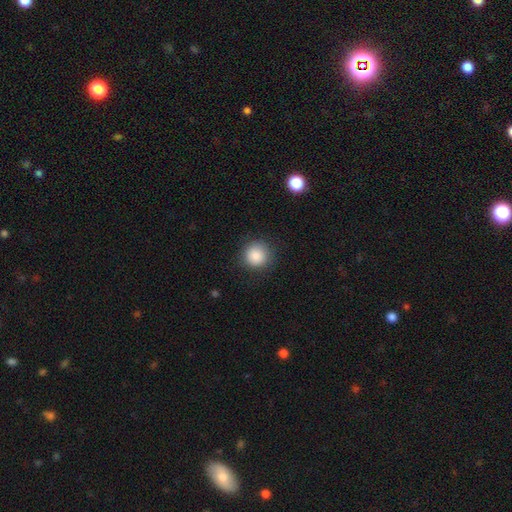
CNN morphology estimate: smooth_or_featured: smooth (p=0.87) [alt: star or artifact p=0.09]
how_rounded: round (p=0.93) [alt: in between p=0.06]
merging: none (p=0.87) [alt: minor disturbance p=0.09]